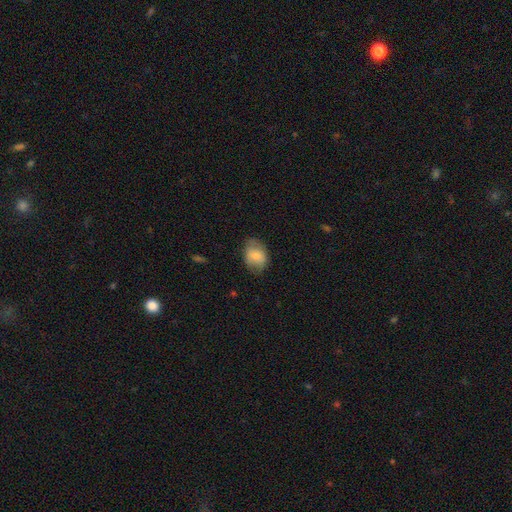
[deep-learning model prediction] Smooth or featured? smooth (74%)
How rounded? in between (69%)
Merging? none (68%)